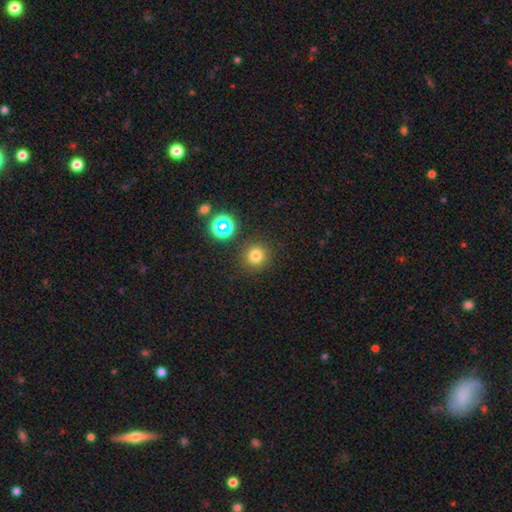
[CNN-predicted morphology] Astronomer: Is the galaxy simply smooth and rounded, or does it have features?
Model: smooth — 76%.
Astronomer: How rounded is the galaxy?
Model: round — 94%.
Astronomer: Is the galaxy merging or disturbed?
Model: none — 88%.